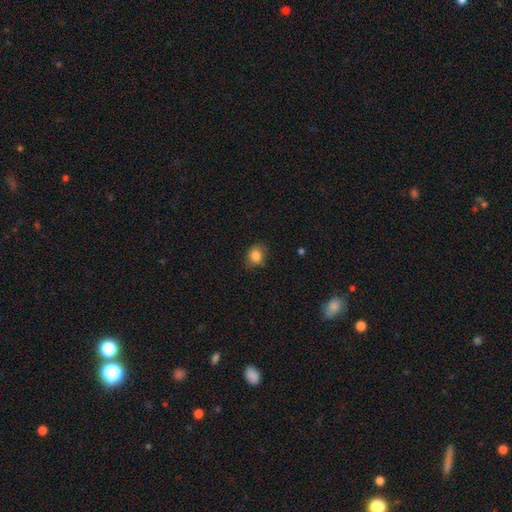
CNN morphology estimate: Q: Smooth or featured?
A: smooth (84%); runner-up: star or artifact (9%)
Q: How rounded?
A: round (55%); runner-up: in between (44%)
Q: Merging?
A: none (73%); runner-up: minor disturbance (21%)